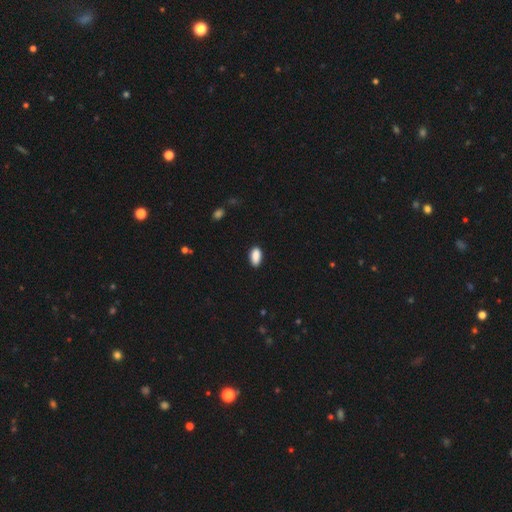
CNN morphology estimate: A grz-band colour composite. It shows a smooth galaxy with no disk features (89%) that is in between round and cigar-shaped (92%). Merging: none (87%).